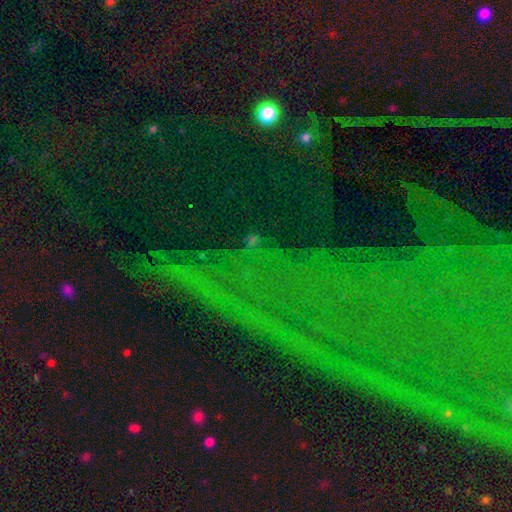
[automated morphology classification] Smooth or featured: star or artifact — 80% (featured or disk — 10%)